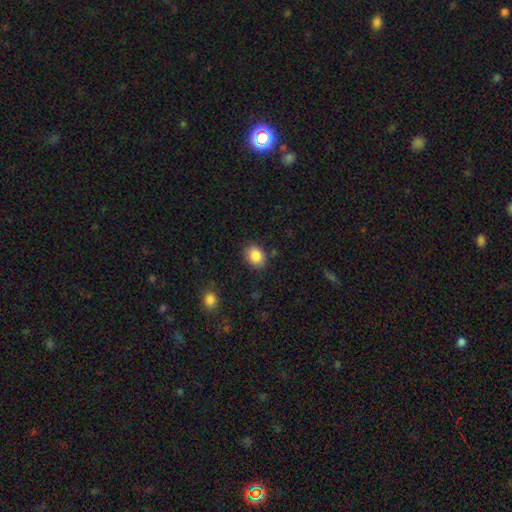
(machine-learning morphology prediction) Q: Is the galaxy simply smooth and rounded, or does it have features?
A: smooth — 87%.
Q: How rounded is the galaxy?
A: in between — 61%.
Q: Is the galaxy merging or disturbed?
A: none — 82%.